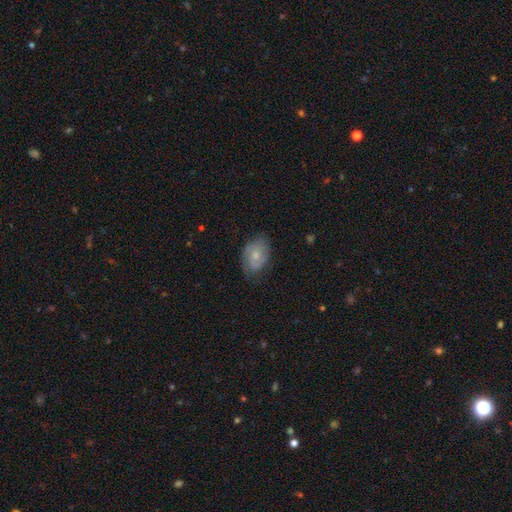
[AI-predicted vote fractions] smooth 48%, featured or disk 45%, star or artifact 7%. Down the decision tree: merging — none (68%).